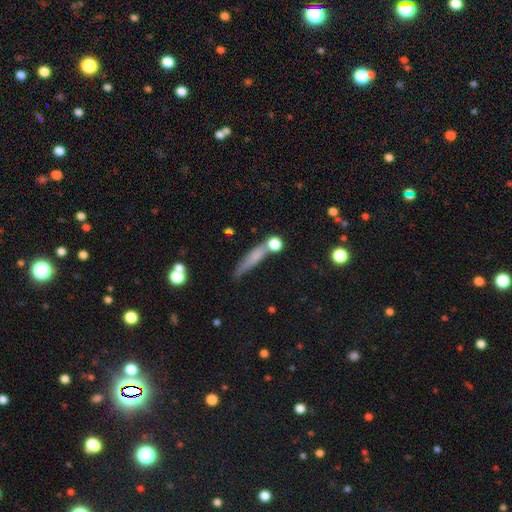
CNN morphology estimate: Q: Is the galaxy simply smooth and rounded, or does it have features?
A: smooth — 63%.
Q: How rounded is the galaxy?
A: cigar-shaped — 82%.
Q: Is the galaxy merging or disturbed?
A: none — 63%.